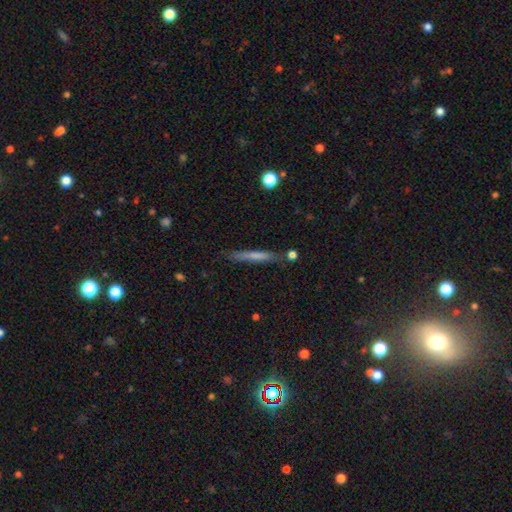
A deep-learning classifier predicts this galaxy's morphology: Overall: smooth (61%; featured or disk 32%). How rounded: cigar-shaped (95%). Merging: none (79%).